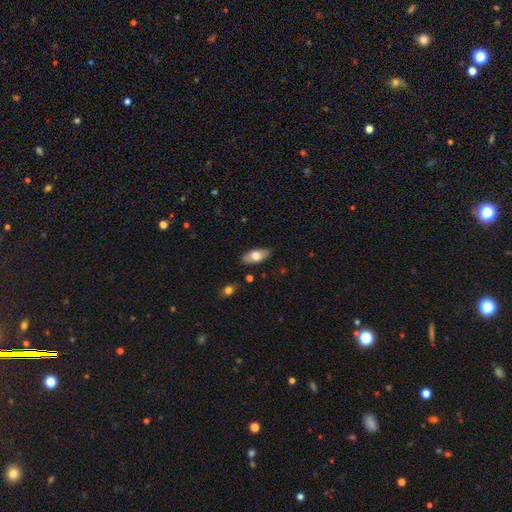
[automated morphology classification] smooth_or_featured: smooth (p=0.73) [alt: featured or disk p=0.21]
how_rounded: in between (p=0.89) [alt: cigar-shaped p=0.09]
merging: none (p=0.85) [alt: minor disturbance p=0.11]